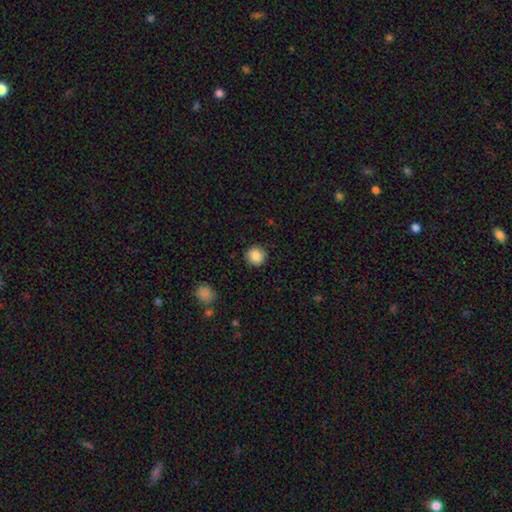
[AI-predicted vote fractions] Smooth or featured? smooth (88%)
How rounded? round (90%)
Merging? none (87%)